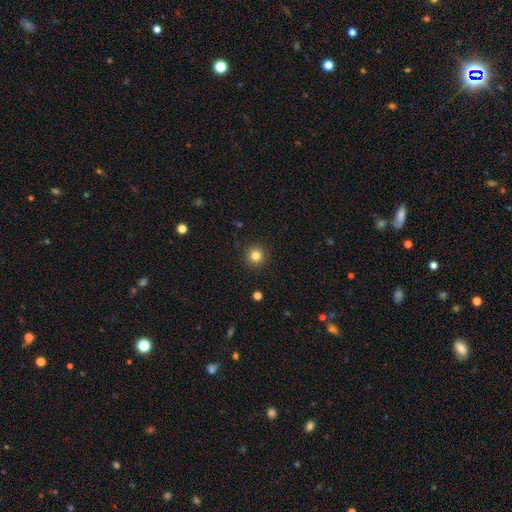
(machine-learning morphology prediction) Overall: smooth (83%). How rounded: round (95%). Merging: none (92%).